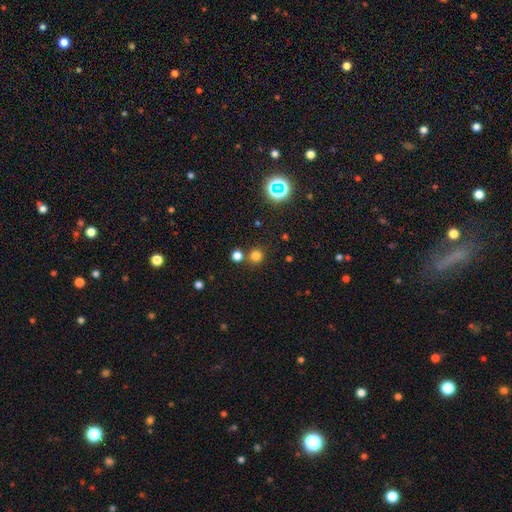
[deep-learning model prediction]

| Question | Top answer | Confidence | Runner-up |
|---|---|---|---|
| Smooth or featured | smooth | 73% | star or artifact (21%) |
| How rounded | round | 93% | in between (6%) |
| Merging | none | 74% | merger (16%) |